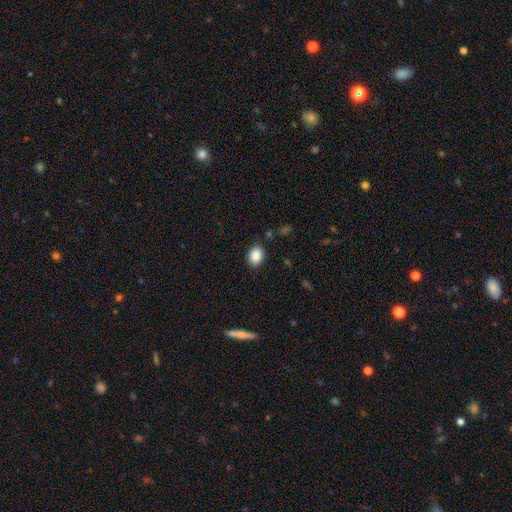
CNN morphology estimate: The model was most divided on "how rounded": in between: 70%, round: 29%, cigar-shaped: 1%. More confident: smooth or featured — smooth (87%); merging — none (85%).